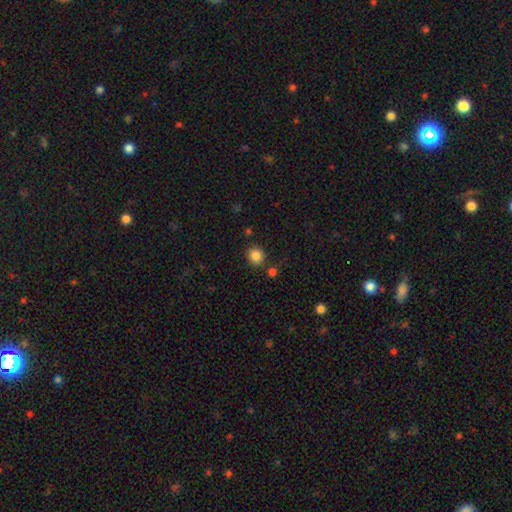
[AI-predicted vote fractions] Smooth or featured? smooth (85%)
How rounded? round (81%)
Merging? none (84%)